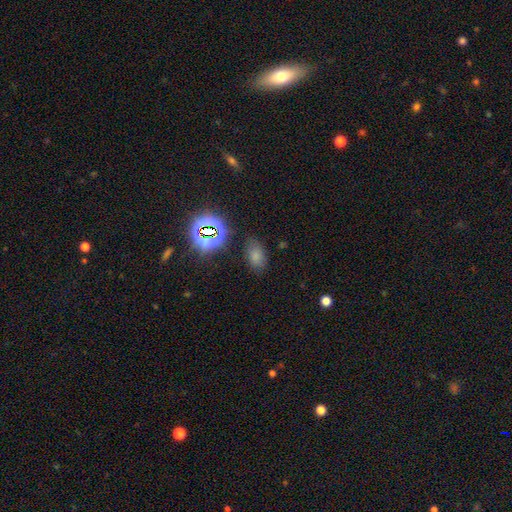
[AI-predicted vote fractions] smooth_or_featured: smooth (p=0.69) [alt: star or artifact p=0.23]
how_rounded: in between (p=0.88) [alt: round p=0.09]
merging: none (p=0.78) [alt: minor disturbance p=0.15]